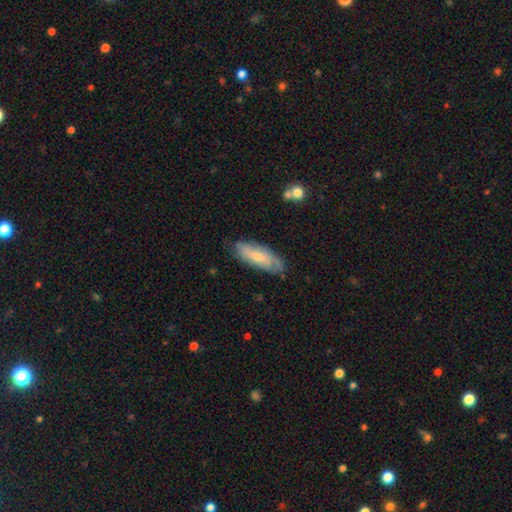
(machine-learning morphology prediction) This is possibly a smooth galaxy (49%). Merging: likely none (76%).